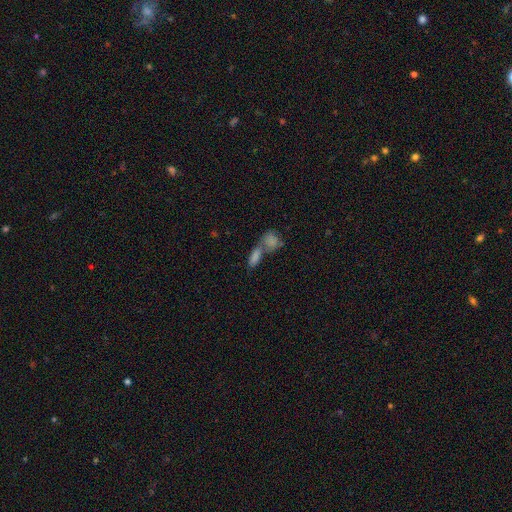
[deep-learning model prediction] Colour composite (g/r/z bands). It shows a smooth galaxy with no disk features (71%) that is in between round and cigar-shaped (72%). Merging: merger (62%).